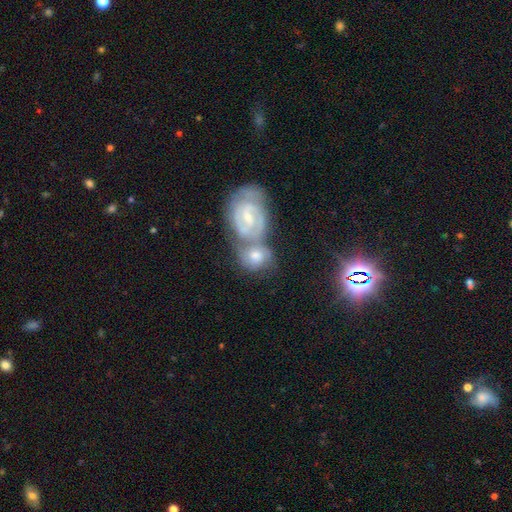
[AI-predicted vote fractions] A featured or disk galaxy (60%) with a weak bar (47%), 2 (59%) tight (52%) spiral arms (87%) and a moderate central bulge (51%).

Vote fractions:
- Smooth or featured? featured or disk: 60% / smooth: 33% / star or artifact: 7%
- Edge-on disk? no: 96% / yes: 4%
- Bar? weak: 47% / no: 38% / strong: 15%
- Spiral arms? yes: 87% / no: 13%
- Spiral winding? tight: 52% / medium: 40% / loose: 8%
- Spiral arm count? 2: 59% / can't tell: 20% / 3: 12% / 1: 4% / 4: 3% / more than 4: 2%
- Bulge size? moderate: 51% / small: 33% / large: 8% / none: 6% / dominant: 2%
- Merging? merger: 59% / none: 26% / minor disturbance: 9% / major disturbance: 5%